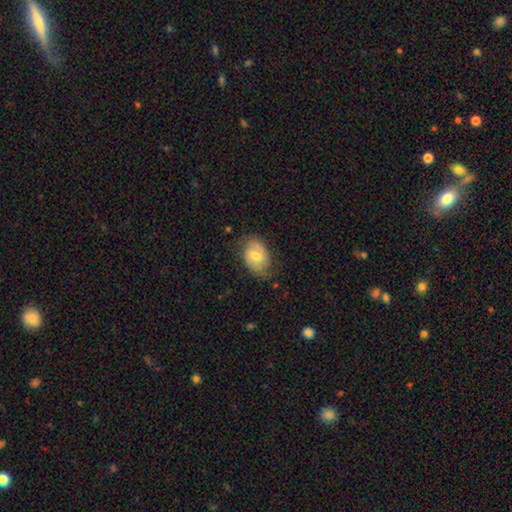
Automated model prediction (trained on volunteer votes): This is possibly a featured or disk galaxy (50%). Merging: likely none (68%).